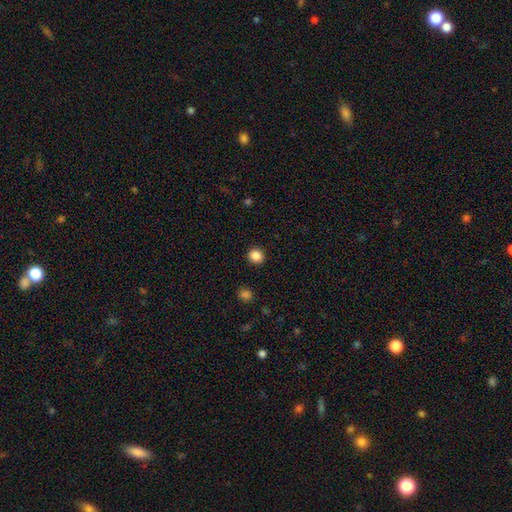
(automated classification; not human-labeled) A smooth galaxy with no disk features (86%) that is round (87%).

Vote fractions:
- Smooth or featured? smooth: 86% / star or artifact: 11% / featured or disk: 3%
- How rounded? round: 87% / in between: 12% / cigar-shaped: 1%
- Merging? none: 92% / minor disturbance: 5% / major disturbance: 2% / merger: 1%